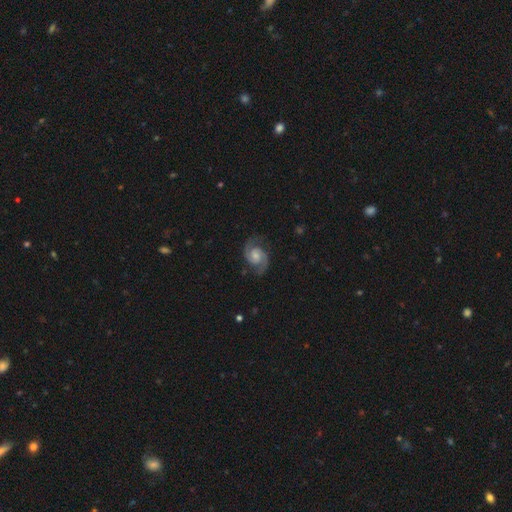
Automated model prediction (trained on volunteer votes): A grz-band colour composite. It shows a featured or disk galaxy (91%) with no bar (57%), 2 (94%) medium (57%) spiral arms (98%) and a moderate central bulge (45%). Merging: none (82%).